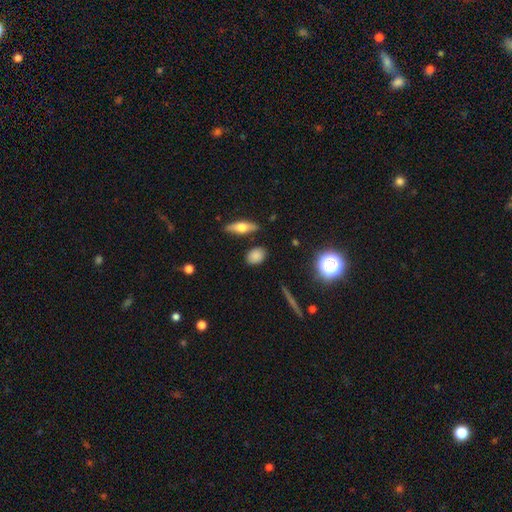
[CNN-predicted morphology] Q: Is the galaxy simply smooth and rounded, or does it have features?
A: smooth — 80%.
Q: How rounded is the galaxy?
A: in between — 69%.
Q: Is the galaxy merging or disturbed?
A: none — 82%.